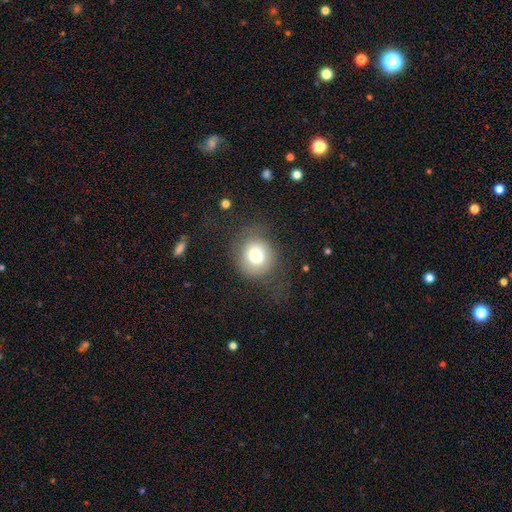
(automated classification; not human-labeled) A smooth galaxy with no disk features (73%) that is round (82%). Merging: none (64%).